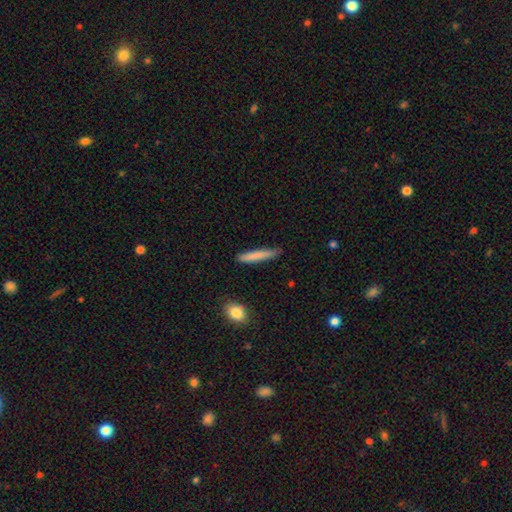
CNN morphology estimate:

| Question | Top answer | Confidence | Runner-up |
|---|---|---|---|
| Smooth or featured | smooth | 80% | featured or disk (14%) |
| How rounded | cigar-shaped | 94% | in between (5%) |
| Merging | none | 83% | minor disturbance (13%) |